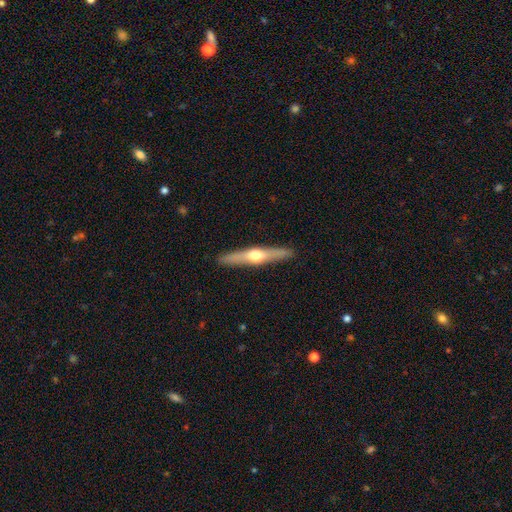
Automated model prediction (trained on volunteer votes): Overall: featured or disk (64%; smooth 31%). Edge-on disk: yes (96%). Edge-on bulge: rounded (94%). Merging: none (91%).